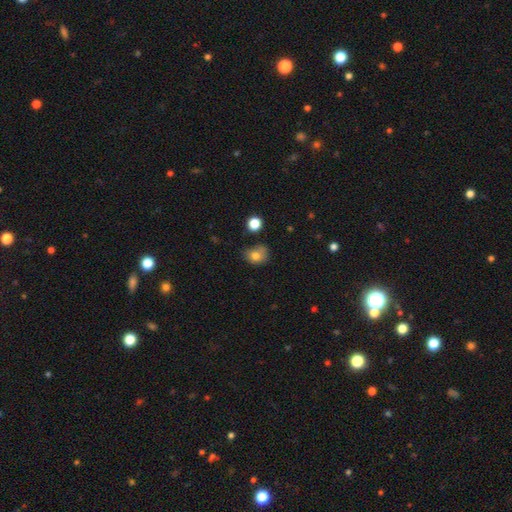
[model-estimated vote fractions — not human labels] Morphology: type=smooth (77%); roundness=round (56%); merging=none (52%).